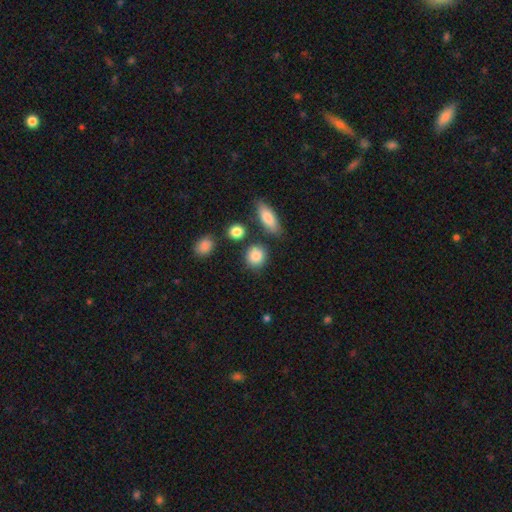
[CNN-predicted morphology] Overall: smooth (86%). How rounded: round (77%). Merging: none (78%).